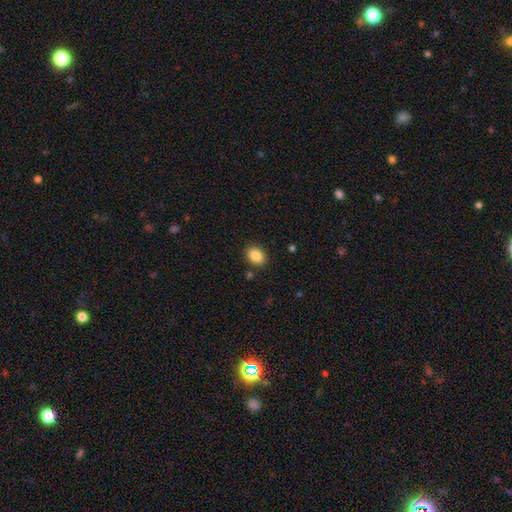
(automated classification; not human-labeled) Smooth or featured? Predicted: smooth (p=0.87). How rounded? Predicted: in between (p=0.62). Merging? Predicted: none (p=0.87).